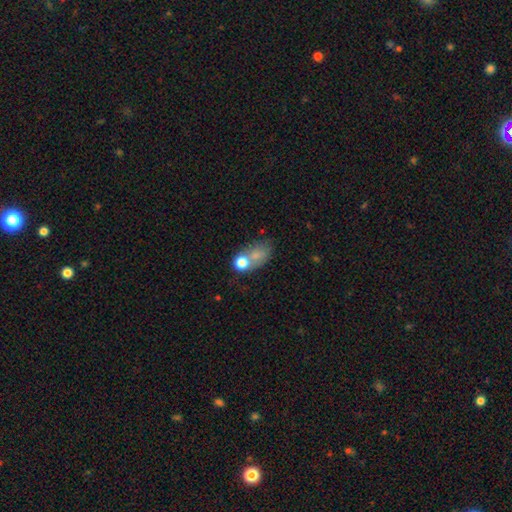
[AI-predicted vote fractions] smooth_or_featured: smooth (p=0.71) [alt: featured or disk p=0.17]
how_rounded: in between (p=0.70) [alt: round p=0.27]
merging: merger (p=0.41) [alt: none p=0.31]